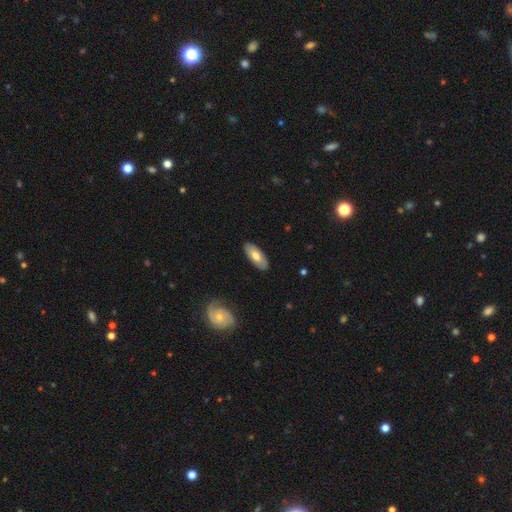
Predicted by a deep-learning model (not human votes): Overall: smooth (64%; featured or disk 31%). How rounded: in between (85%). Merging: none (86%).